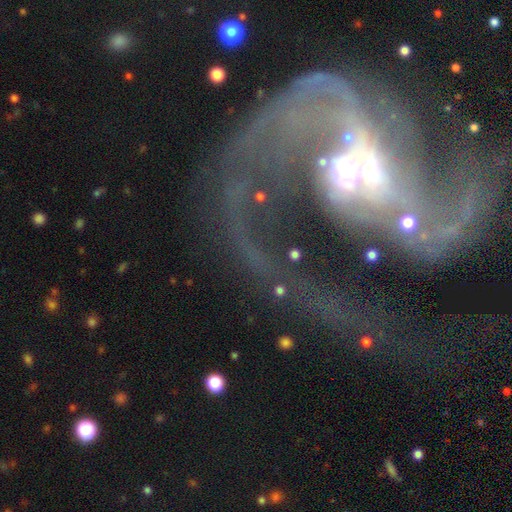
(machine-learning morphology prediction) This appears to be a featured or disk galaxy (80%) with no bar (42%), 2 (62%) loose (57%) spiral arms (82%) and a moderate central bulge (57%). Merging: major disturbance (35%).